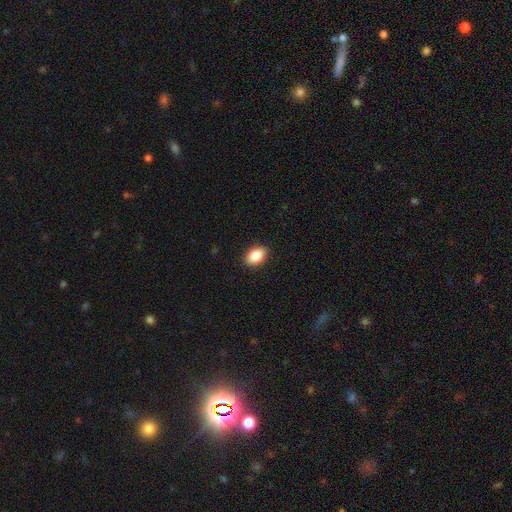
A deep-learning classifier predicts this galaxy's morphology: A smooth galaxy with no disk features (86%) that is in between round and cigar-shaped (86%).

Vote fractions:
- Smooth or featured? smooth: 86% / star or artifact: 8% / featured or disk: 7%
- How rounded? in between: 86% / round: 12% / cigar-shaped: 2%
- Merging? none: 90% / minor disturbance: 7% / major disturbance: 2% / merger: 1%